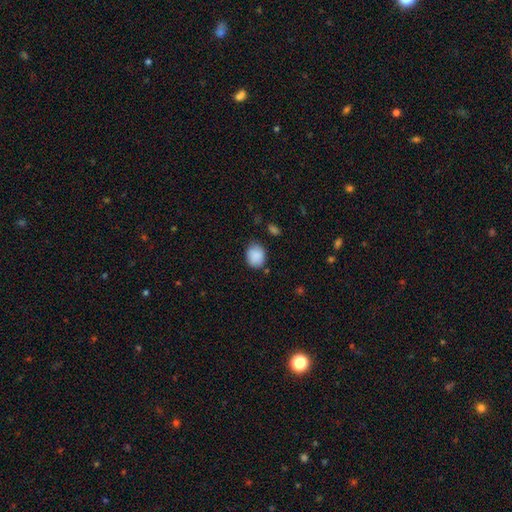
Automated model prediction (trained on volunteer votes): smooth_or_featured: smooth (p=0.88) [alt: star or artifact p=0.08]
how_rounded: round (p=0.58) [alt: in between p=0.41]
merging: none (p=0.73) [alt: minor disturbance p=0.19]